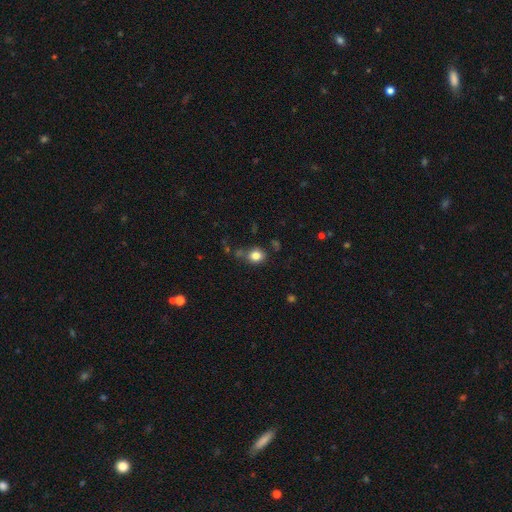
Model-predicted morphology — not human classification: Smooth or featured? Predicted: smooth (p=0.82). How rounded? Predicted: round (p=0.72). Merging? Predicted: none (p=0.71).